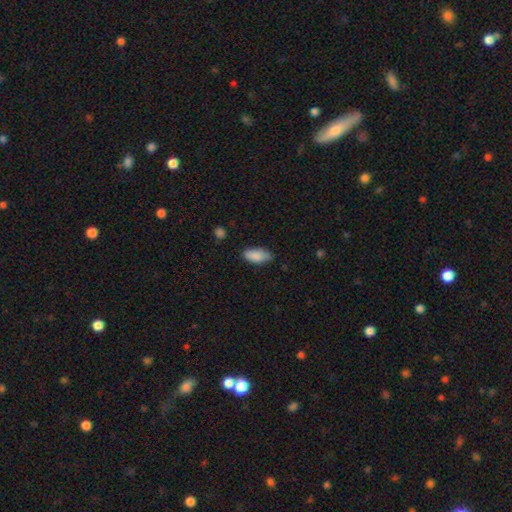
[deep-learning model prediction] smooth-or-featured: smooth: 86% | star or artifact: 7% | featured or disk: 7%
  how-rounded: in between: 91% | cigar-shaped: 6% | round: 3%
  merging: none: 70% | minor disturbance: 24% | major disturbance: 4% | merger: 2%